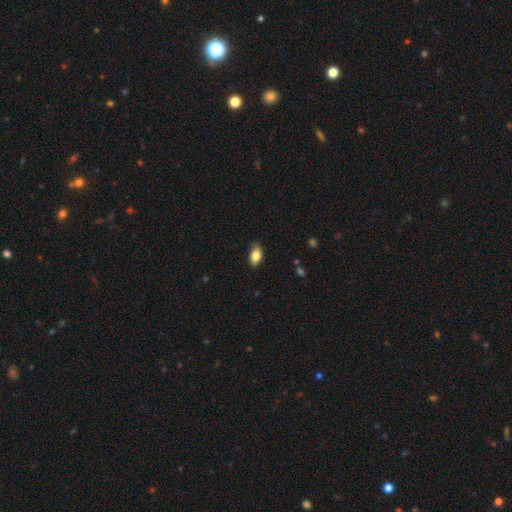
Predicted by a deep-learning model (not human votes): Smooth or featured: smooth — 83% (featured or disk — 10%)
How rounded: in between — 89% (round — 8%)
Merging: none — 78% (minor disturbance — 19%)